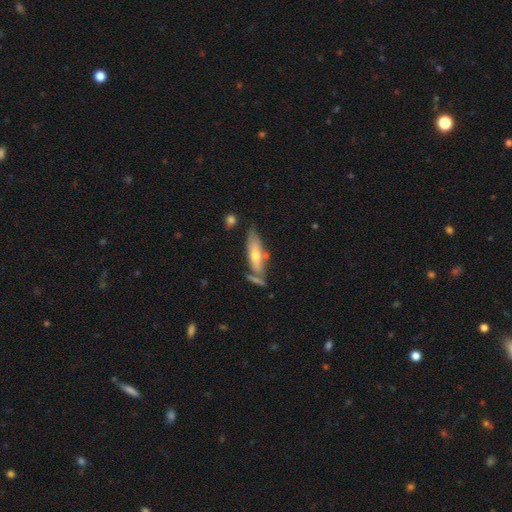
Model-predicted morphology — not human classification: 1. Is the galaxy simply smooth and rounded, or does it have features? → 49% featured or disk, 45% smooth, 6% star or artifact.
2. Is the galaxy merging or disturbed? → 50% none, 23% minor disturbance, 18% merger, 9% major disturbance.